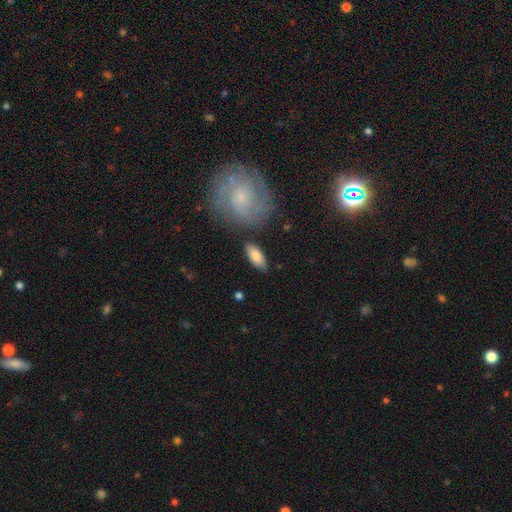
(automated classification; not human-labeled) Q: Smooth or featured?
A: smooth (83%); runner-up: featured or disk (12%)
Q: How rounded?
A: in between (85%); runner-up: cigar-shaped (12%)
Q: Merging?
A: none (81%); runner-up: minor disturbance (12%)